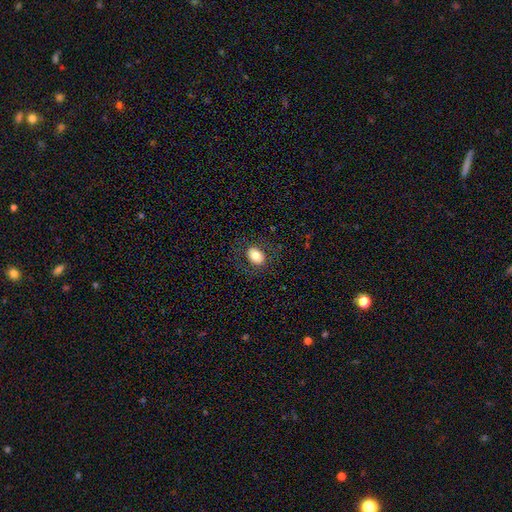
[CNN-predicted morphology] Overall: smooth (78%). How rounded: in between (73%). Merging: none (83%).